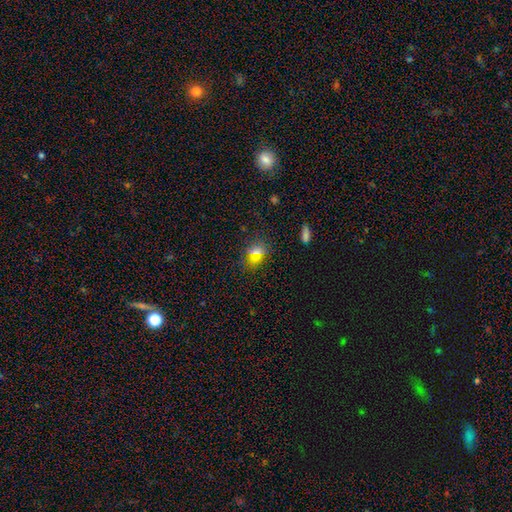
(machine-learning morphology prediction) Q: Smooth or featured?
A: smooth (63%); runner-up: star or artifact (27%)
Q: How rounded?
A: in between (49%); runner-up: round (47%)
Q: Merging?
A: none (82%); runner-up: minor disturbance (10%)